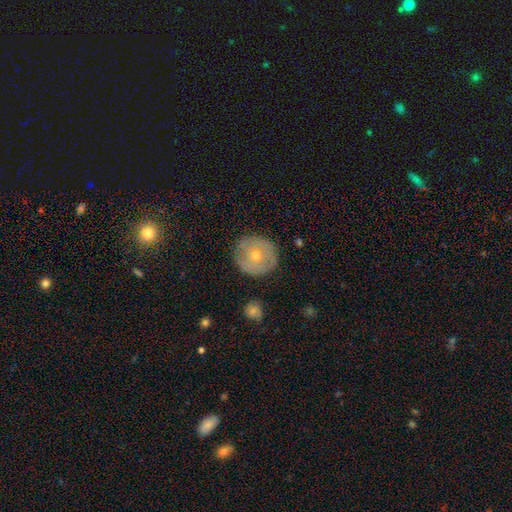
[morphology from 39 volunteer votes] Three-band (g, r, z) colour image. It shows a featured or disk galaxy (49%) with no bar (94%), no spiral arms (72%) and a moderate central bulge (50%, tied with small). Merging: none (92%).